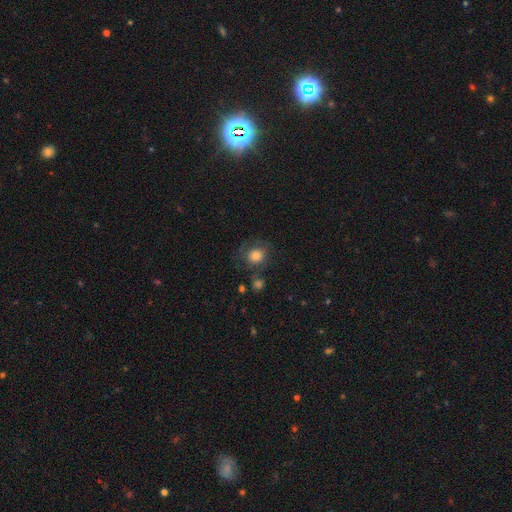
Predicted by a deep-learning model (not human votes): The model was most divided on "merging": none: 64%, minor disturbance: 19%, major disturbance: 12%, merger: 5%. More confident: how rounded — round (80%); smooth or featured — smooth (73%).